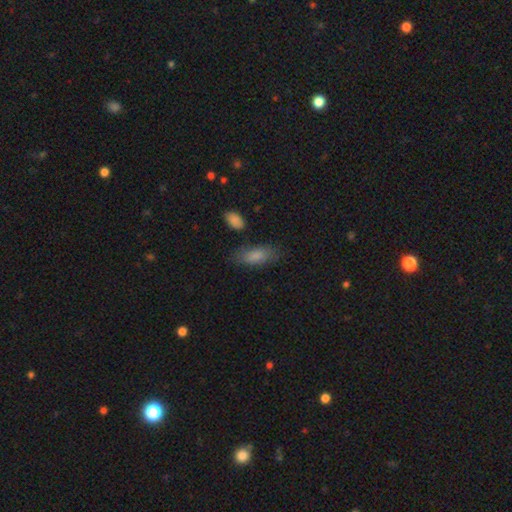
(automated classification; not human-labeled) Morphology: type=smooth (83%); roundness=in between (80%); merging=none (75%).